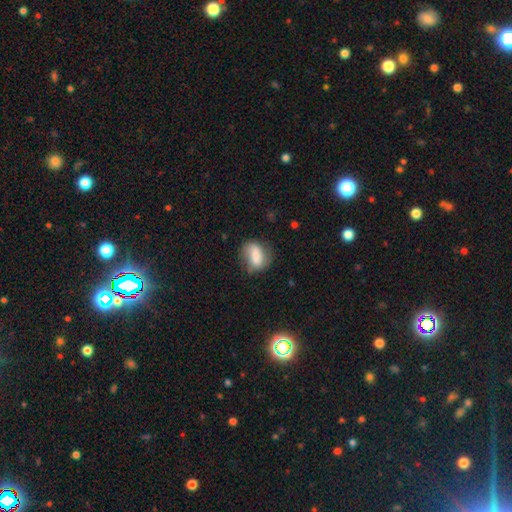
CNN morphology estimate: This appears to be a smooth galaxy with no disk features (68%) that is in between round and cigar-shaped (71%). Merging: none (58%).